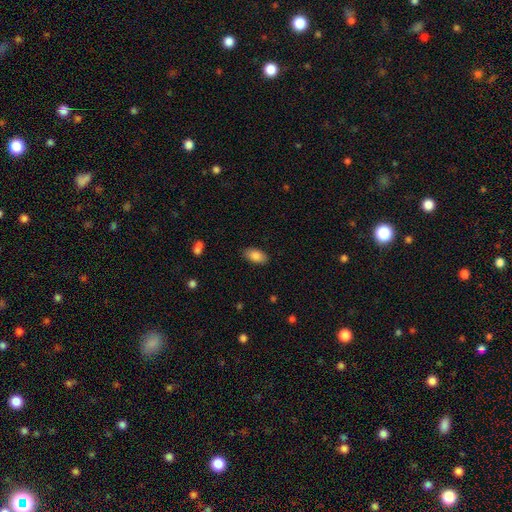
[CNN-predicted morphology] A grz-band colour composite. It shows a smooth galaxy with no disk features (85%) that is in between round and cigar-shaped (93%). Merging: none (87%).